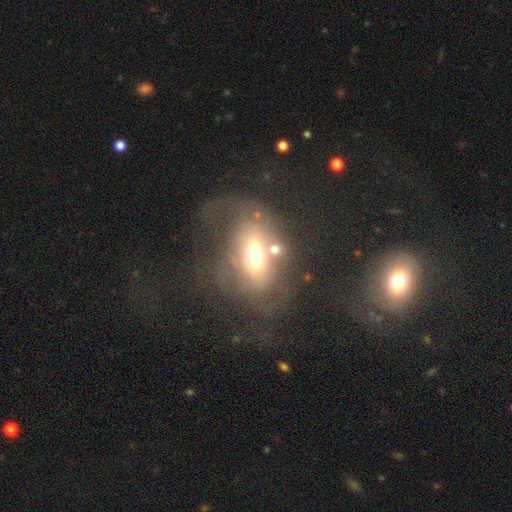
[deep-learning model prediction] smooth-or-featured: featured or disk: 54% | smooth: 34% | star or artifact: 12%
  disk-edge-on: no: 90% | yes: 10%
  merging: major disturbance: 39% | none: 26% | merger: 20% | minor disturbance: 15%